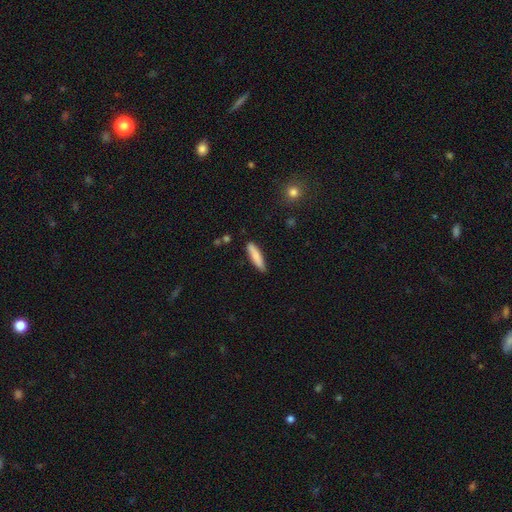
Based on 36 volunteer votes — smooth 81%, featured or disk 19%, star or artifact 0%. Down the decision tree: how rounded — cigar-shaped (83%); merging — none (83%).